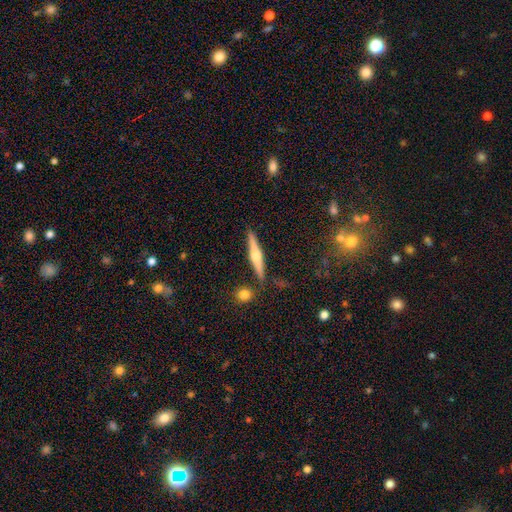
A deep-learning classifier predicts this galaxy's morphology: Smooth or featured: featured or disk — 68% (smooth — 25%)
Edge-on disk: yes — 97% (no — 3%)
Edge-on bulge: rounded — 88% (boxy — 7%)
Merging: none — 87% (minor disturbance — 7%)